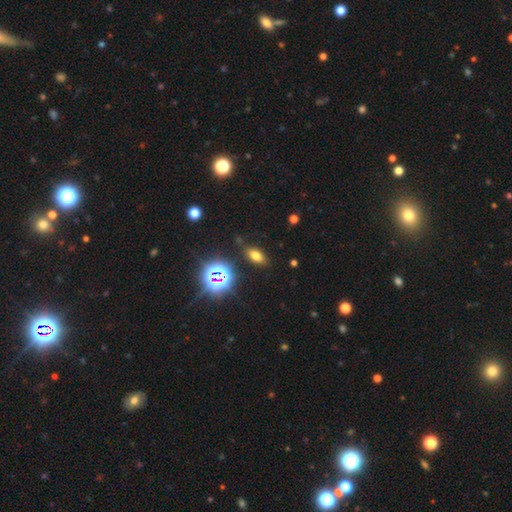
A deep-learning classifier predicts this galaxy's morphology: Smooth or featured: smooth — 64% (star or artifact — 25%)
How rounded: in between — 82% (round — 10%)
Merging: none — 83% (minor disturbance — 11%)